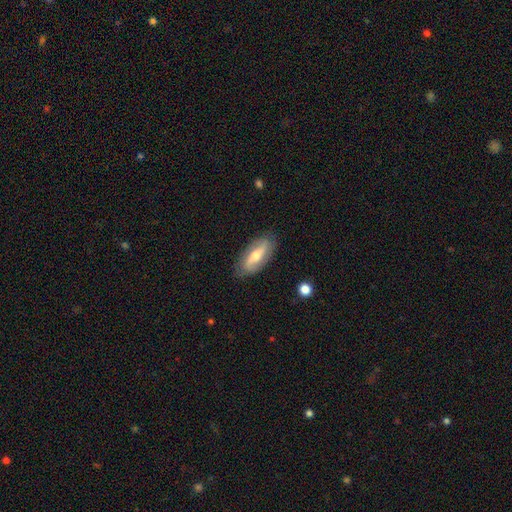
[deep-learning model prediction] Smooth or featured? featured or disk (57%)
Edge-on disk? no (80%)
Merging? none (85%)